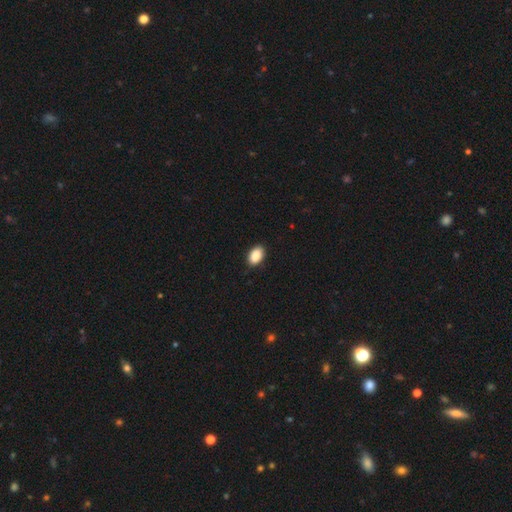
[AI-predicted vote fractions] Smooth or featured?
  - smooth: 90% *
  - star or artifact: 7%
  - featured or disk: 3%
How rounded?
  - in between: 91% *
  - round: 8%
  - cigar-shaped: 1%
Merging?
  - none: 87% *
  - minor disturbance: 11%
  - major disturbance: 2%
  - merger: 1%